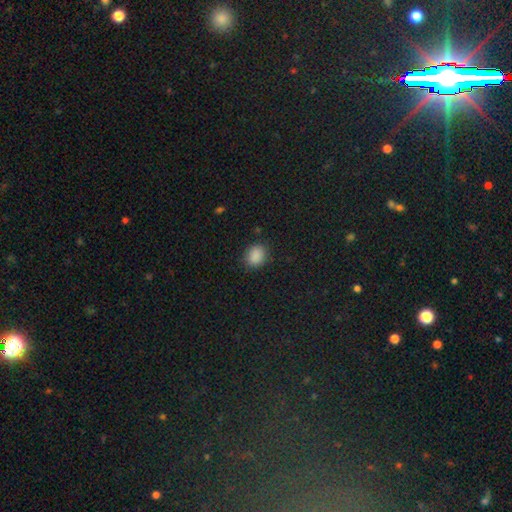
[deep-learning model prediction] Smooth or featured? Predicted: smooth (p=0.87). How rounded? Predicted: round (p=0.52). Merging? Predicted: none (p=0.84).